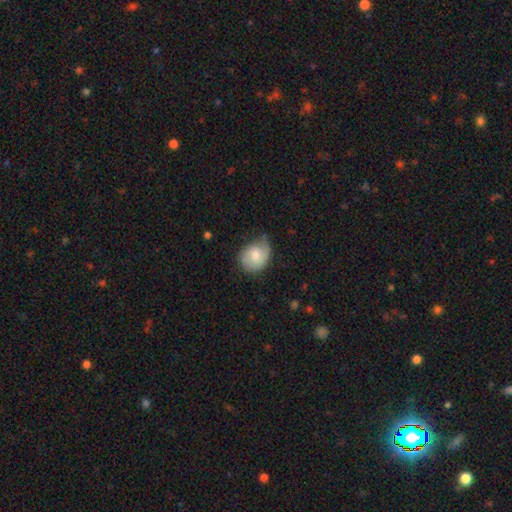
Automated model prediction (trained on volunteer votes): smooth_or_featured: smooth (p=0.54) [alt: featured or disk p=0.39]
how_rounded: round (p=0.51) [alt: in between p=0.49]
merging: none (p=0.55) [alt: minor disturbance p=0.33]